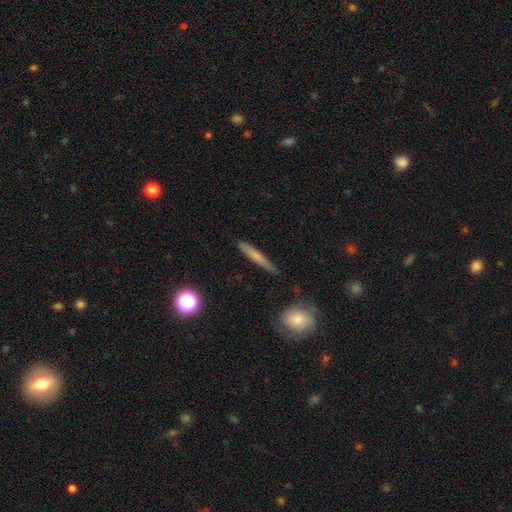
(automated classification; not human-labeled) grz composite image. It shows a smooth galaxy with no disk features (62%) that is cigar-shaped (90%). Merging: none (83%).